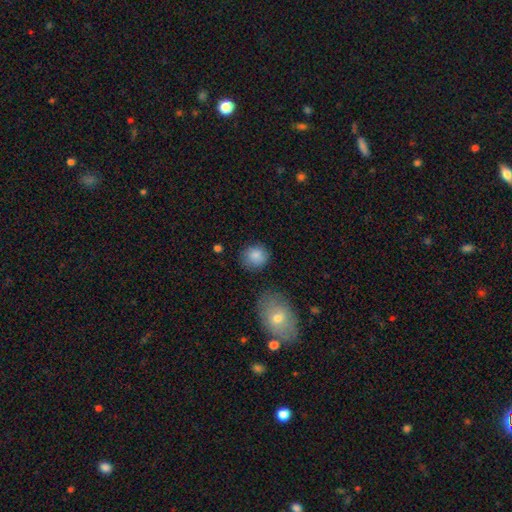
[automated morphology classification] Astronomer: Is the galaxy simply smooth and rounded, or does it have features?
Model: smooth — 86%.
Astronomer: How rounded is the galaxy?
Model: round — 80%.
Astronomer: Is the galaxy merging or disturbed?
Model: none — 79%.